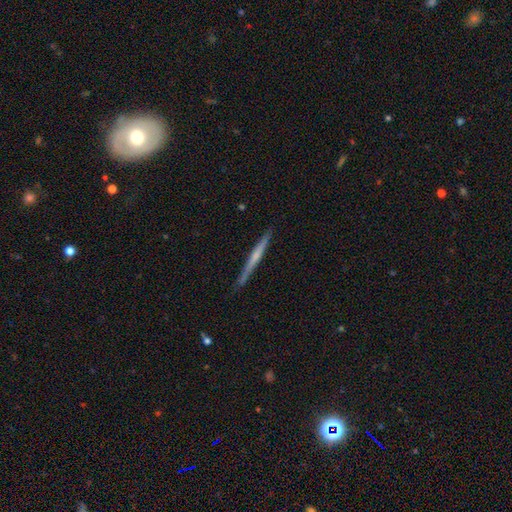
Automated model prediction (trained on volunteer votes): The model was most divided on "smooth or featured": featured or disk: 55%, smooth: 39%, star or artifact: 5%. More confident: edge-on disk — yes (98%); merging — none (89%); edge-on bulge — none (63%).